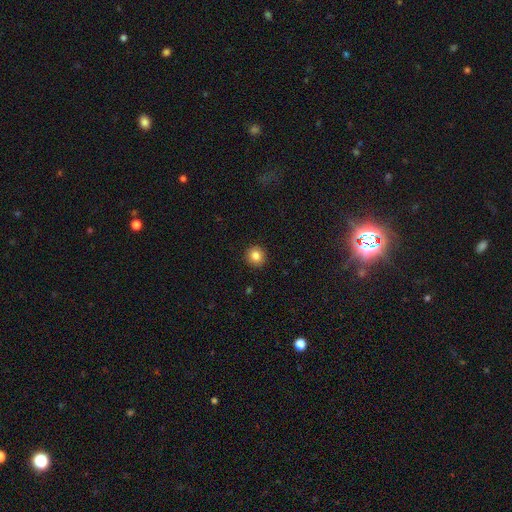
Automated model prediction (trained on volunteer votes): A smooth galaxy with no disk features (84%) that is round (94%). Merging: none (92%).